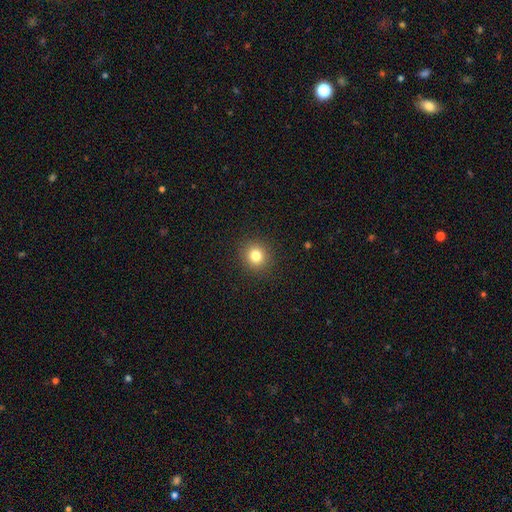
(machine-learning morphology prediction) smooth-or-featured: smooth: 81% | star or artifact: 13% | featured or disk: 6%
  how-rounded: round: 90% | in between: 9% | cigar-shaped: 1%
  merging: none: 91% | minor disturbance: 6% | major disturbance: 2% | merger: 1%